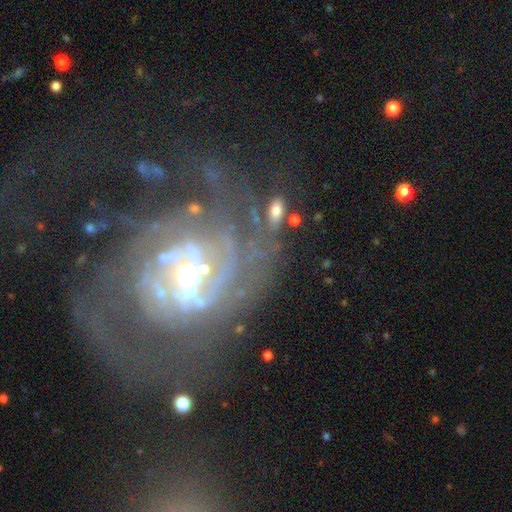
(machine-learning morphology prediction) smooth-or-featured: featured or disk: 81% | star or artifact: 12% | smooth: 8%
  disk-edge-on: no: 97% | yes: 3%
    bar: no: 58% | weak: 28% | strong: 14%
    has-spiral-arms: yes: 85% | no: 15%
      spiral-winding: tight: 48% | medium: 36% | loose: 15%
      spiral-arm-count: 2: 32% (tied) | can't tell: 32% (tied) | 3: 14% | 4: 8% | 1: 8% | more than 4: 7%
    bulge-size: small: 49% | moderate: 42% | large: 4% | none: 3% | dominant: 2%
  merging: none: 47% | major disturbance: 26% | minor disturbance: 19% | merger: 9%